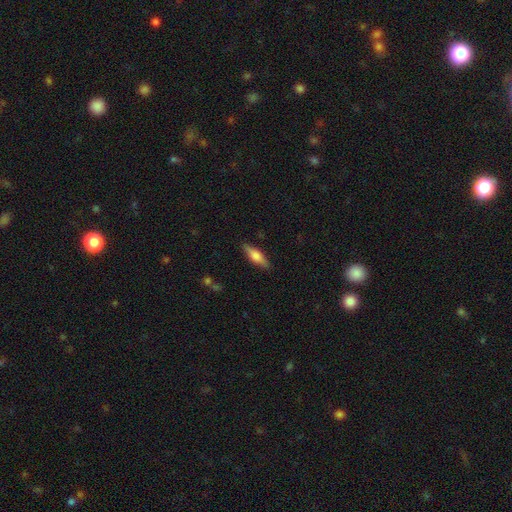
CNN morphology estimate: Smooth or featured? smooth (54%)
How rounded? cigar-shaped (53%)
Merging? none (87%)